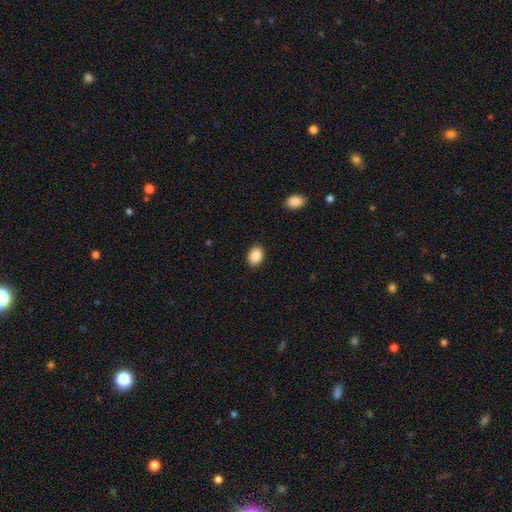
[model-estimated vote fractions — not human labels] A smooth galaxy with no disk features (89%) that is in between round and cigar-shaped (72%).

Vote fractions:
- Smooth or featured? smooth: 89% / star or artifact: 8% / featured or disk: 3%
- How rounded? in between: 72% / round: 27% / cigar-shaped: 1%
- Merging? none: 88% / minor disturbance: 8% / major disturbance: 2% / merger: 1%